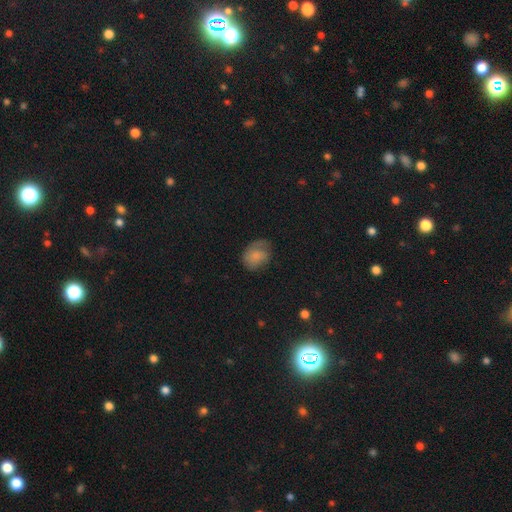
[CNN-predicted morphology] This is likely a smooth galaxy (72%). How rounded: possibly in between (52%). Merging: possibly none (53%).